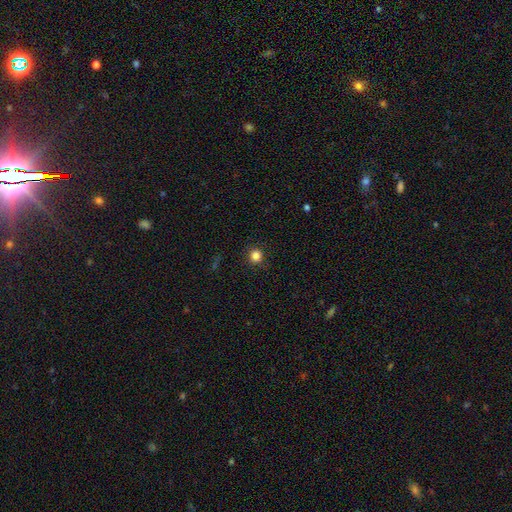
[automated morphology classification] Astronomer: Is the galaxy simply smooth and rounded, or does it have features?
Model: smooth — 84%.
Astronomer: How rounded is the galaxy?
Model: round — 93%.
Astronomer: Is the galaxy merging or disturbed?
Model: none — 91%.